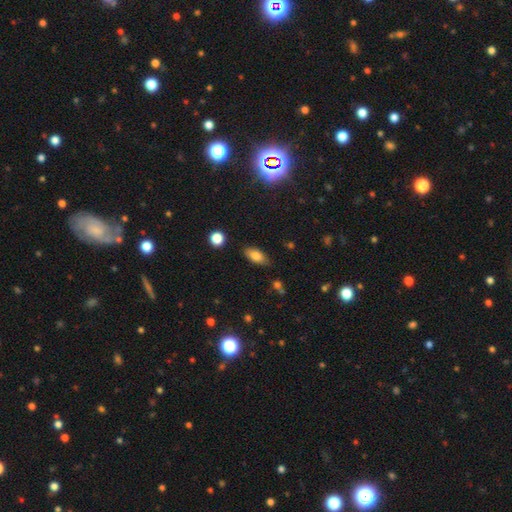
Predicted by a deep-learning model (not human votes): The model was most divided on "smooth or featured": smooth: 79%, featured or disk: 12%, star or artifact: 9%. More confident: how rounded — in between (85%); merging — none (82%).